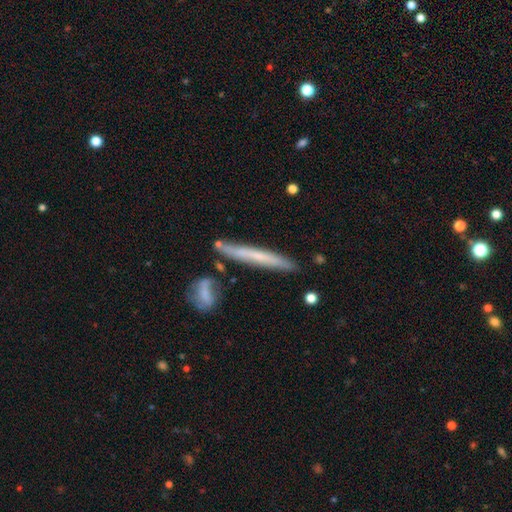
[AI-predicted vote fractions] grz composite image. It shows a smooth galaxy with no disk features (48%). Merging: none (79%).